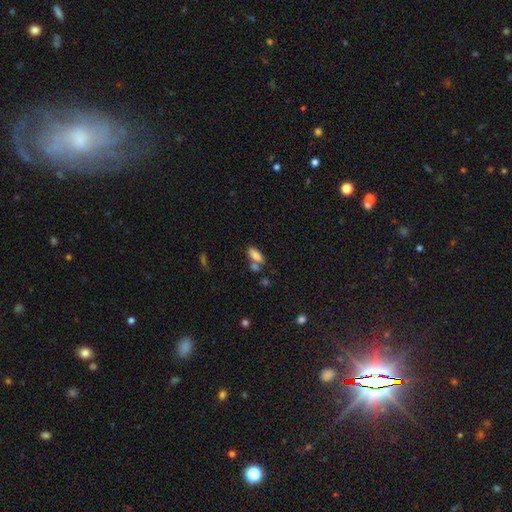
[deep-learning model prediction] Smooth or featured?
  - smooth: 77% *
  - featured or disk: 15%
  - star or artifact: 8%
How rounded?
  - in between: 78% *
  - cigar-shaped: 19%
  - round: 3%
Merging?
  - none: 55% *
  - merger: 27%
  - minor disturbance: 14%
  - major disturbance: 5%